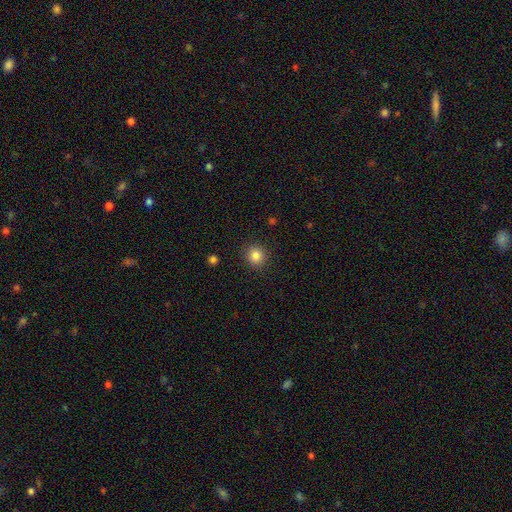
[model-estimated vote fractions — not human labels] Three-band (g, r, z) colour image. It shows a smooth galaxy with no disk features (84%) that is round (91%). Merging: none (91%).